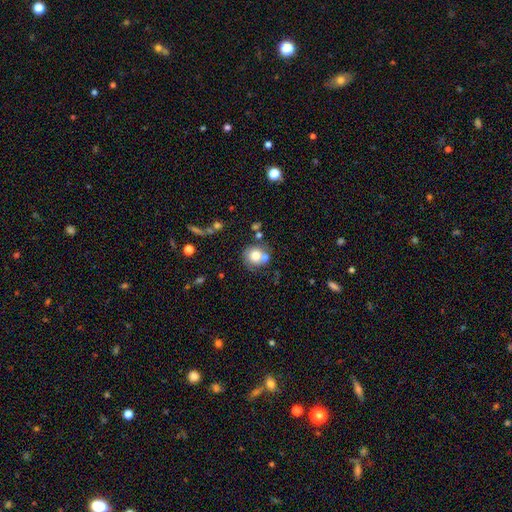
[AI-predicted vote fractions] Q: Smooth or featured?
A: smooth (74%); runner-up: featured or disk (16%)
Q: How rounded?
A: round (88%); runner-up: in between (11%)
Q: Merging?
A: none (58%); runner-up: merger (24%)